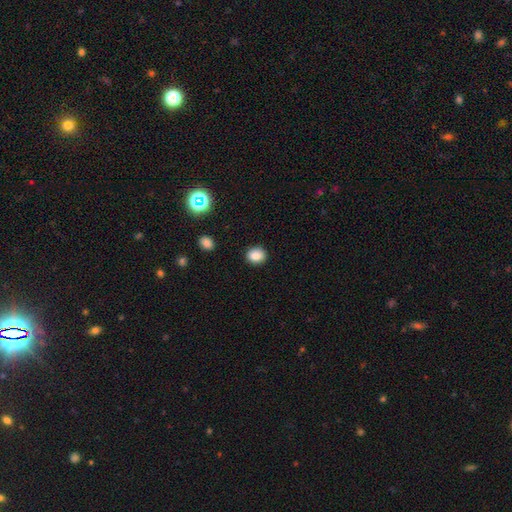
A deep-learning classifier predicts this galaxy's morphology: Smooth or featured? smooth (85%)
How rounded? round (66%)
Merging? none (89%)